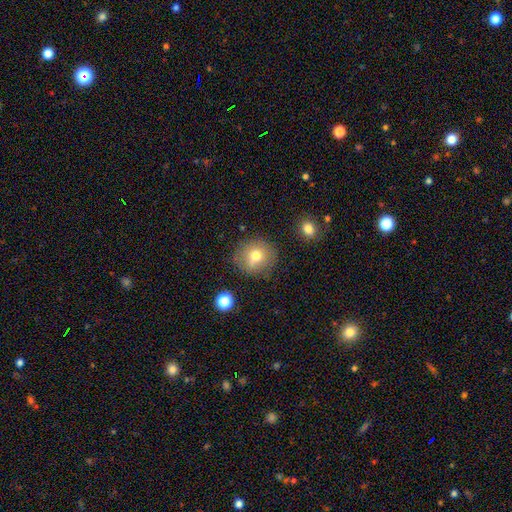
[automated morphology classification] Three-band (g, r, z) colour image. It shows a smooth galaxy with no disk features (73%) that is round (86%). Merging: none (77%).